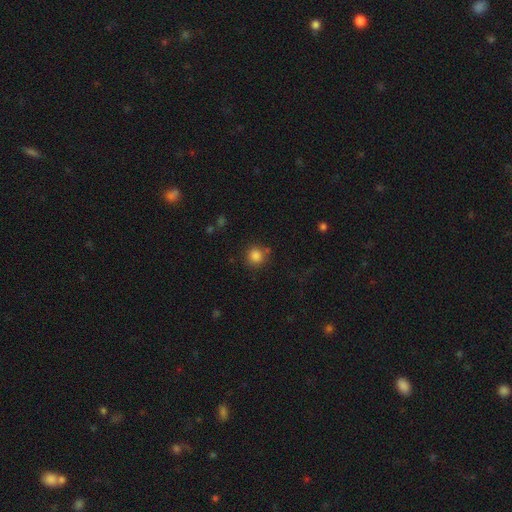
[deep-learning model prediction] Overall: smooth (84%). How rounded: round (91%). Merging: none (78%).